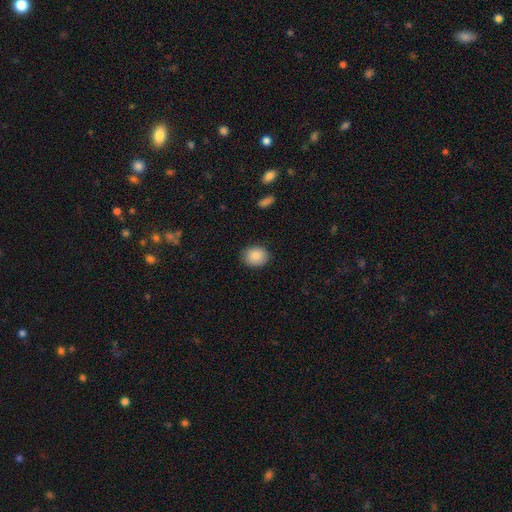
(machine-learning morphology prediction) Overall: smooth (87%). How rounded: round (51%; in between 48%). Merging: none (84%).